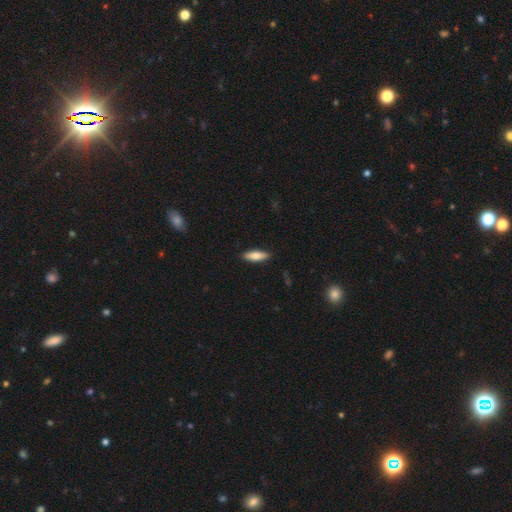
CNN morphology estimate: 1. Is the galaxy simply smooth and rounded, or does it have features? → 75% smooth, 19% featured or disk, 6% star or artifact.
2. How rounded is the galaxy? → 50% cigar-shaped, 48% in between, 2% round.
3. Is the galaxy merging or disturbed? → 90% none, 8% minor disturbance, 2% major disturbance, 1% merger.